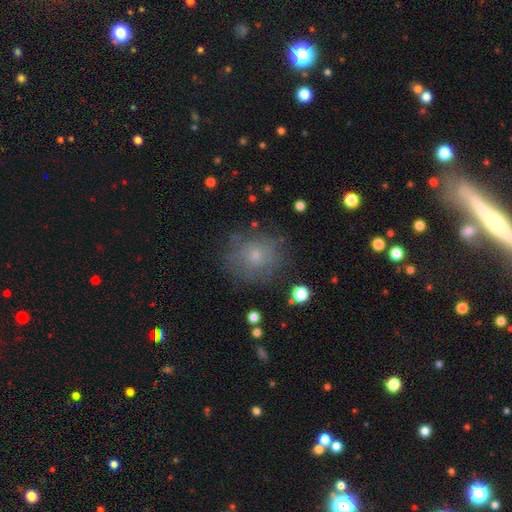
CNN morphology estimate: Smooth or featured?
  - smooth: 61% *
  - featured or disk: 26%
  - star or artifact: 13%
How rounded?
  - round: 82% *
  - in between: 17%
  - cigar-shaped: 1%
Merging?
  - none: 75% *
  - minor disturbance: 16%
  - major disturbance: 7%
  - merger: 2%